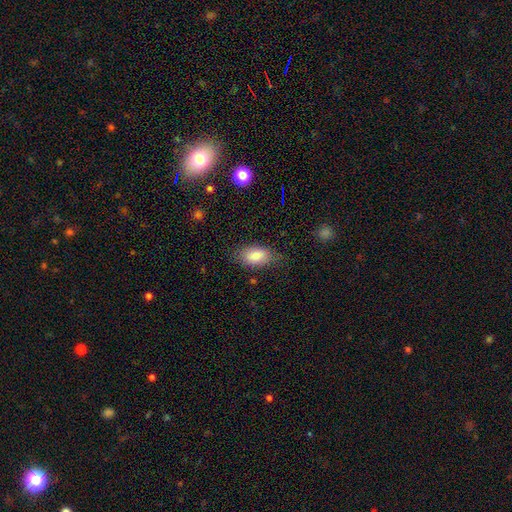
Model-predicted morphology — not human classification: Smooth or featured: smooth — 84% (featured or disk — 9%)
How rounded: in between — 92% (round — 4%)
Merging: none — 74% (minor disturbance — 19%)